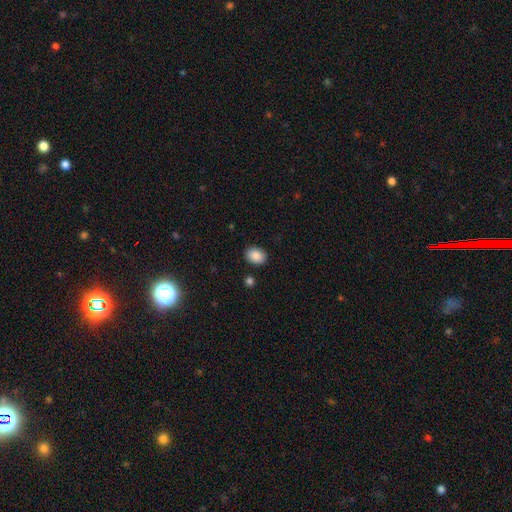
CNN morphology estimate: Overall: smooth (88%). How rounded: in between (67%; round 32%). Merging: none (88%).